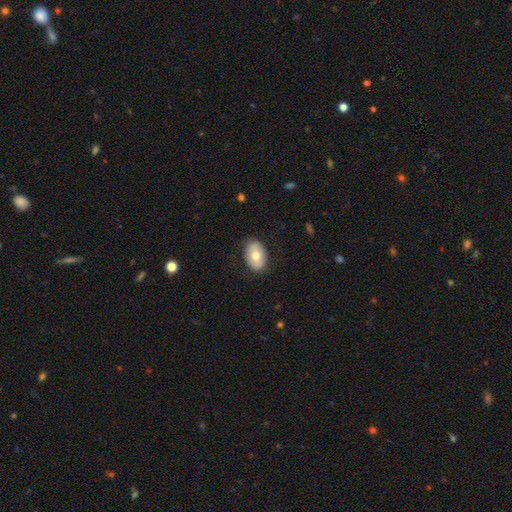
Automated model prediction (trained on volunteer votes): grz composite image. It shows a smooth galaxy with no disk features (69%) that is in between round and cigar-shaped (87%). Merging: none (83%).